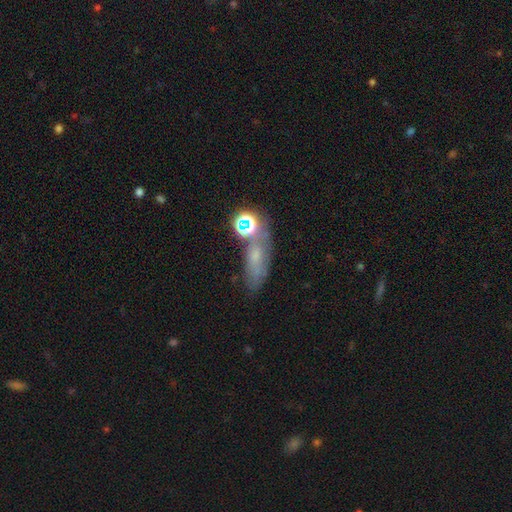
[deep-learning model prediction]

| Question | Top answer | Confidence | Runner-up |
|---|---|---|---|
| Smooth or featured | smooth | 39% | star or artifact (32%) |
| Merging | none | 56% | minor disturbance (17%) |